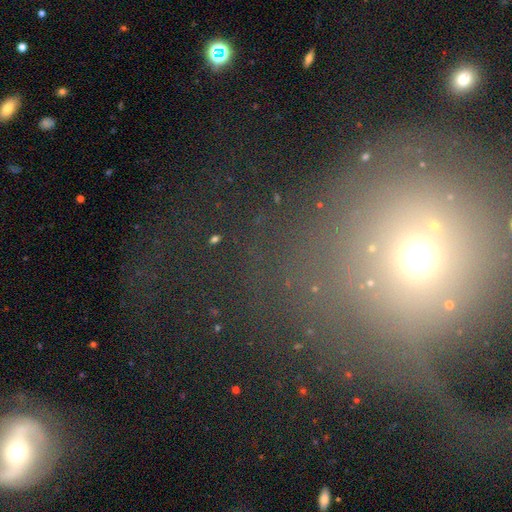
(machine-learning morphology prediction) smooth_or_featured: smooth (p=0.44) [alt: star or artifact p=0.34]
merging: none (p=0.53) [alt: major disturbance p=0.26]